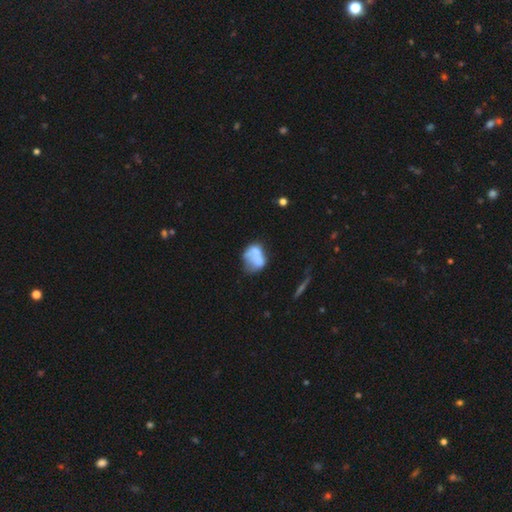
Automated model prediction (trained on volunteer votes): Smooth or featured? smooth (59%)
How rounded? in between (62%)
Merging? none (28%)